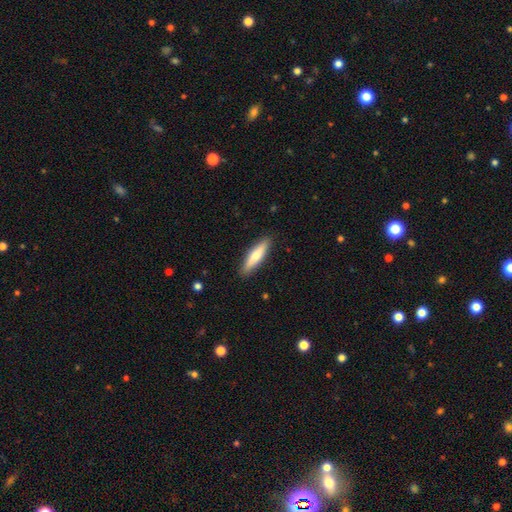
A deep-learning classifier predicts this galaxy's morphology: A smooth galaxy with no disk features (66%) that is cigar-shaped (79%). Merging: none (90%).